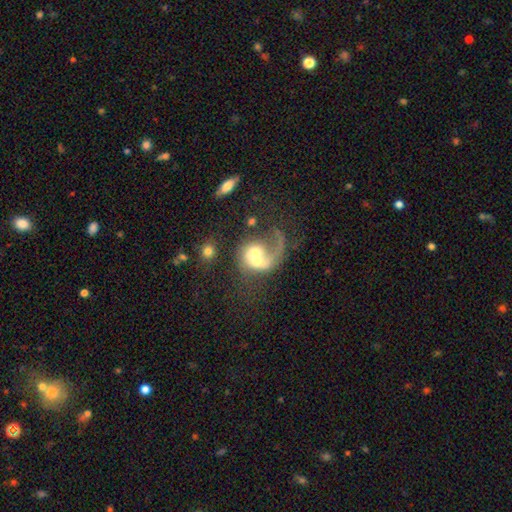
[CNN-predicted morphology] featured or disk 60%, smooth 31%, star or artifact 8%. Down the decision tree: edge-on disk — no (97%); bar — no (76%); spiral arms — yes (72%); bulge size — moderate (58%); merging — merger (61%).